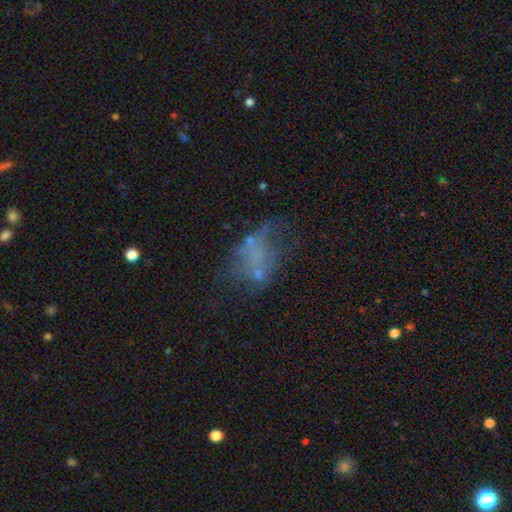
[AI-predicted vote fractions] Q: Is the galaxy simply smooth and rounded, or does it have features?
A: featured or disk — 49%.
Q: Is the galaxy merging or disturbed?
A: major disturbance — 36%.